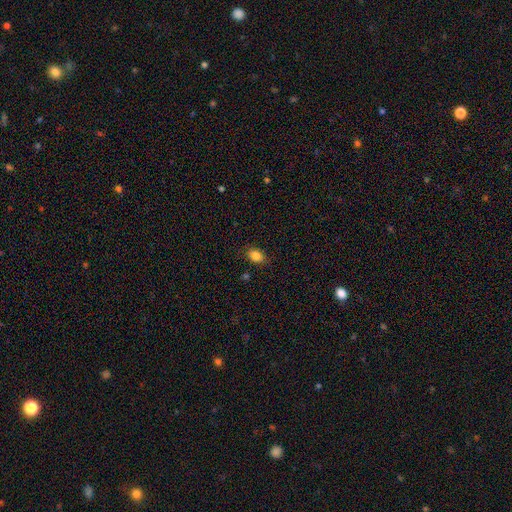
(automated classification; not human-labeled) Smooth or featured? Predicted: smooth (p=0.84). How rounded? Predicted: in between (p=0.72). Merging? Predicted: none (p=0.84).